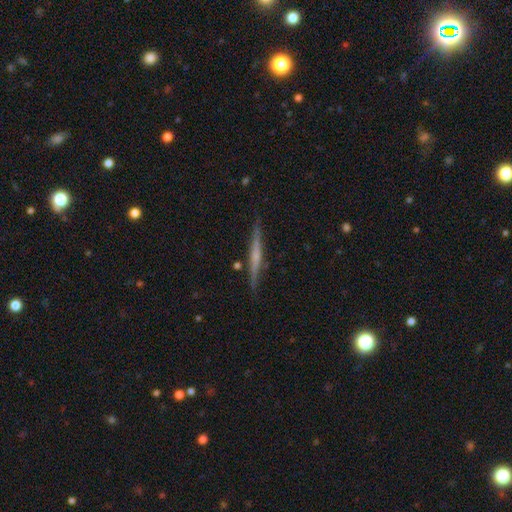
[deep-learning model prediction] This appears to be a featured or disk galaxy (66%) viewed edge-on (98%) with no central bulge (54%). Merging: none (88%).